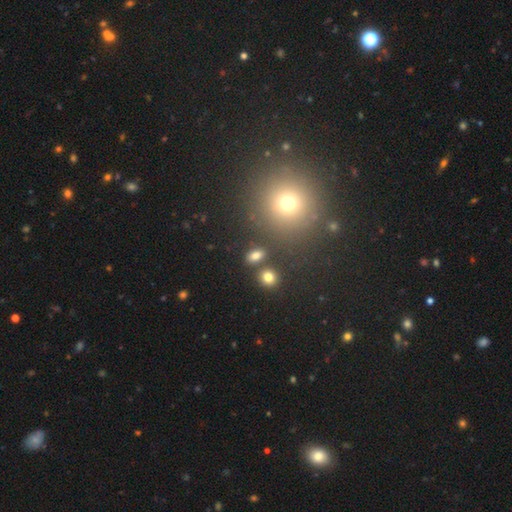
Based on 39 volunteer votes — Smooth or featured: smooth — 74% (featured or disk — 15%)
How rounded: in between — 79% (round — 21%)
Merging: none — 66% (minor disturbance — 20%)